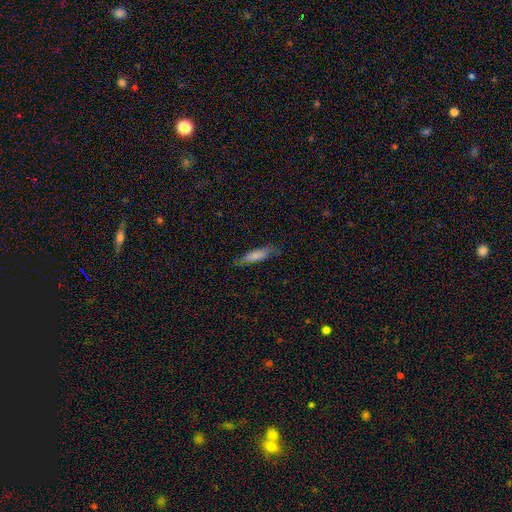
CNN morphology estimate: Smooth or featured: smooth — 73% (featured or disk — 20%)
How rounded: cigar-shaped — 65% (in between — 34%)
Merging: none — 78% (minor disturbance — 17%)